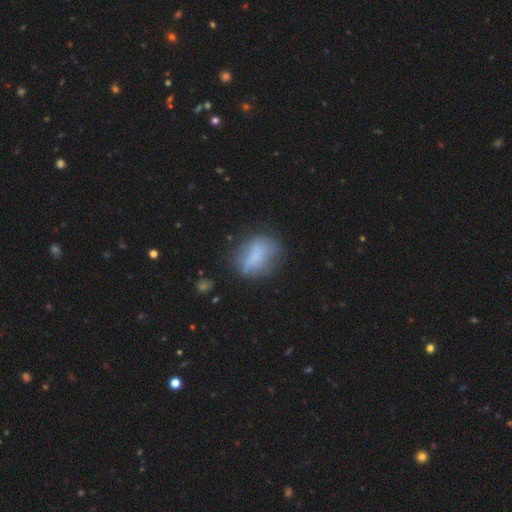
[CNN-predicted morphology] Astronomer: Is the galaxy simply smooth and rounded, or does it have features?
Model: smooth — 62%.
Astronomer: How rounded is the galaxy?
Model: in between — 63%.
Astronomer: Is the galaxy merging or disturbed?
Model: none — 57%.